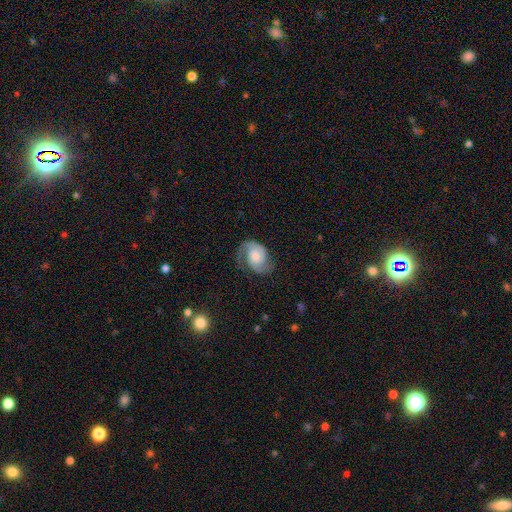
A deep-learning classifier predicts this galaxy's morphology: featured or disk 80%, smooth 14%, star or artifact 6%. Down the decision tree: edge-on disk — no (98%); bar — no (69%); spiral arms — yes (96%); spiral arm count — 2 (87%); spiral winding — medium (49%); bulge size — moderate (38%); merging — none (67%).